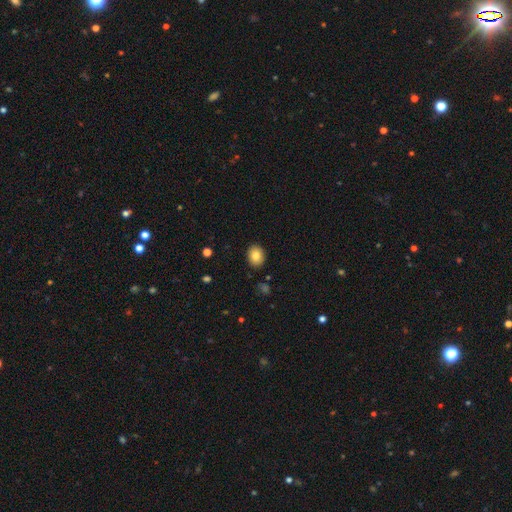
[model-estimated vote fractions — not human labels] smooth-or-featured: smooth: 83% | star or artifact: 9% | featured or disk: 8%
  how-rounded: in between: 55% | round: 44% | cigar-shaped: 1%
  merging: none: 89% | minor disturbance: 8% | major disturbance: 2% | merger: 1%